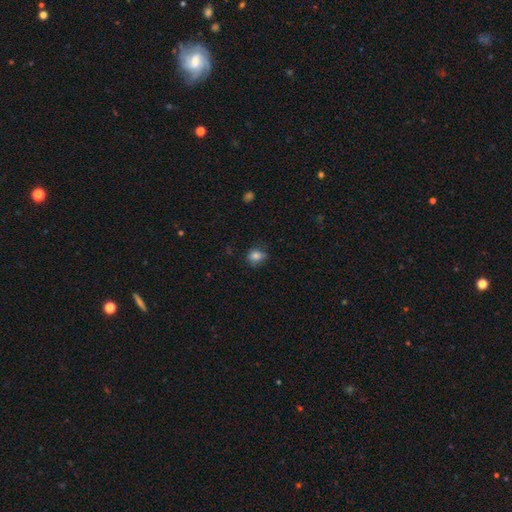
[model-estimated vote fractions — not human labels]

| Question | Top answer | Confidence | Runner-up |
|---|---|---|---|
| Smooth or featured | smooth | 82% | star or artifact (11%) |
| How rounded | round | 63% | in between (36%) |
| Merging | none | 66% | minor disturbance (27%) |